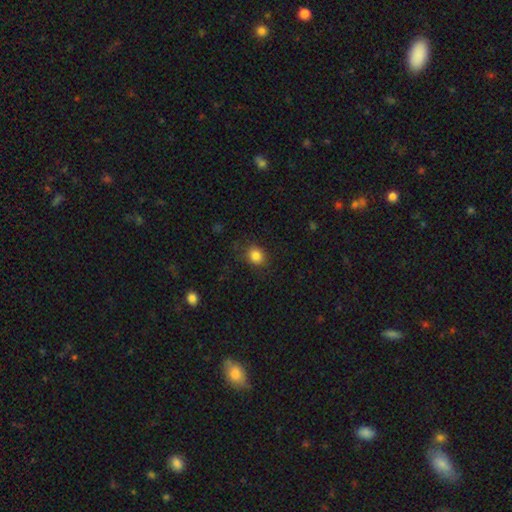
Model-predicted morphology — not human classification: This appears to be a smooth galaxy with no disk features (84%) that is round (69%). Merging: none (83%).